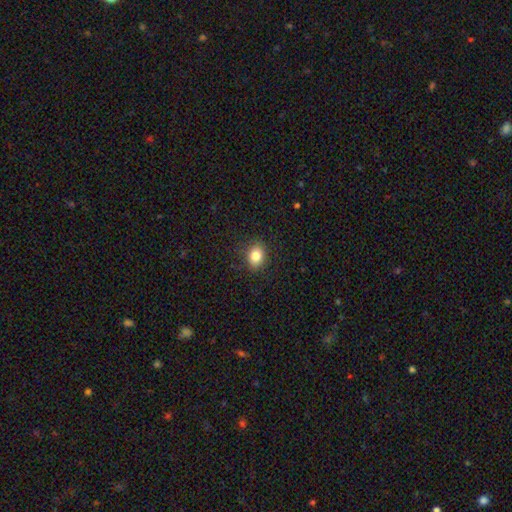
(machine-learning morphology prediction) smooth 83%, star or artifact 10%, featured or disk 7%. Down the decision tree: how rounded — in between (52%); merging — none (87%).